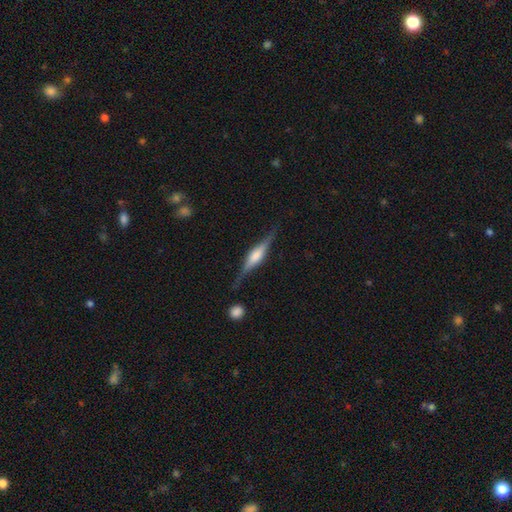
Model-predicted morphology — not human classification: smooth_or_featured: featured or disk (p=0.77) [alt: smooth p=0.17]
disk_edge_on: yes (p=0.97) [alt: no p=0.03]
edge_on_bulge: rounded (p=0.68) [alt: boxy p=0.28]
merging: none (p=0.82) [alt: minor disturbance p=0.12]